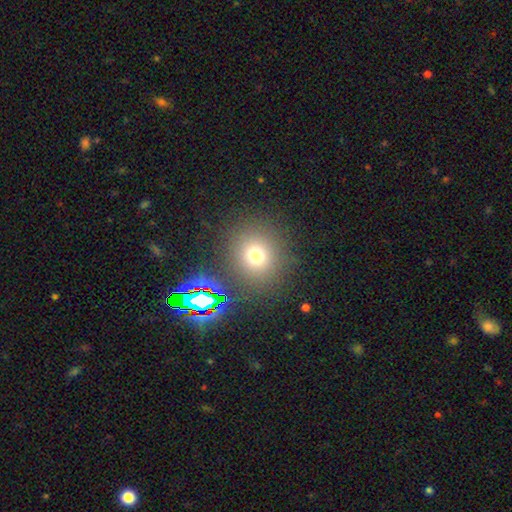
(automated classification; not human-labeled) smooth_or_featured: smooth (p=0.71) [alt: star or artifact p=0.21]
how_rounded: round (p=0.88) [alt: in between p=0.11]
merging: none (p=0.85) [alt: minor disturbance p=0.07]